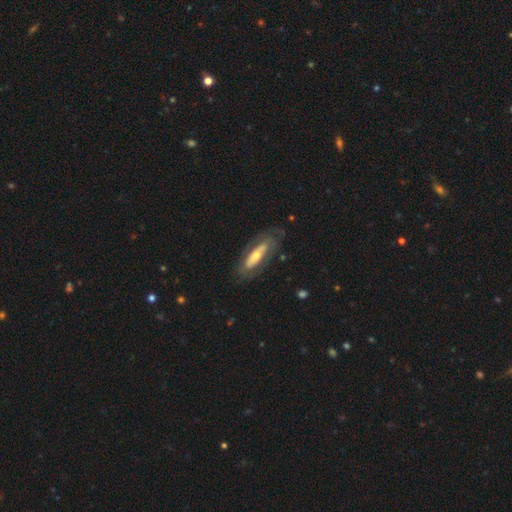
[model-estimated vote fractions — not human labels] The model was most divided on "smooth or featured": featured or disk: 56%, smooth: 38%, star or artifact: 6%. More confident: merging — none (73%); edge-on disk — no (69%).